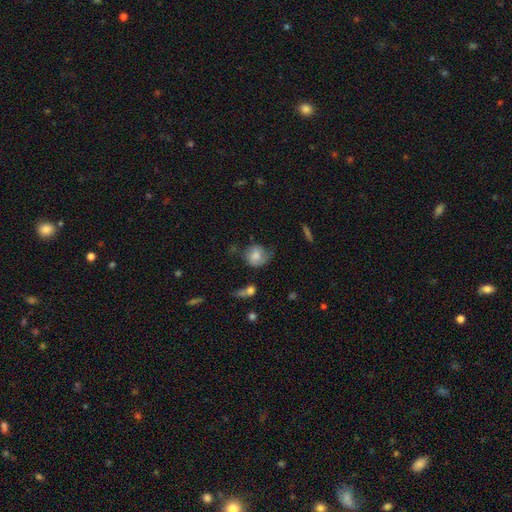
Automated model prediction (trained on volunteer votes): Smooth or featured?
  - smooth: 64% *
  - featured or disk: 27%
  - star or artifact: 9%
How rounded?
  - round: 73% *
  - in between: 26%
  - cigar-shaped: 1%
Merging?
  - none: 41% *
  - minor disturbance: 32%
  - major disturbance: 22%
  - merger: 4%